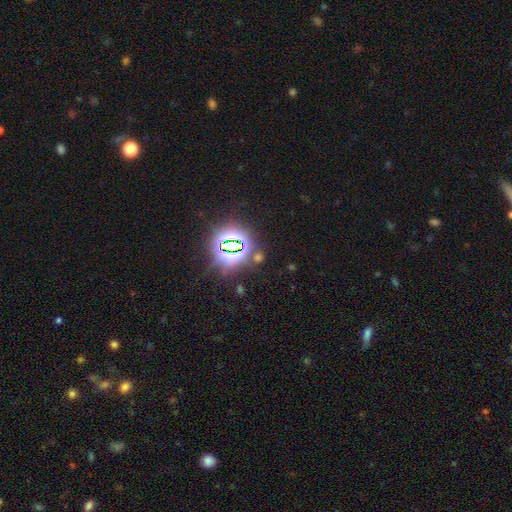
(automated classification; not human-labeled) A star or artifact, not a galaxy (79%).